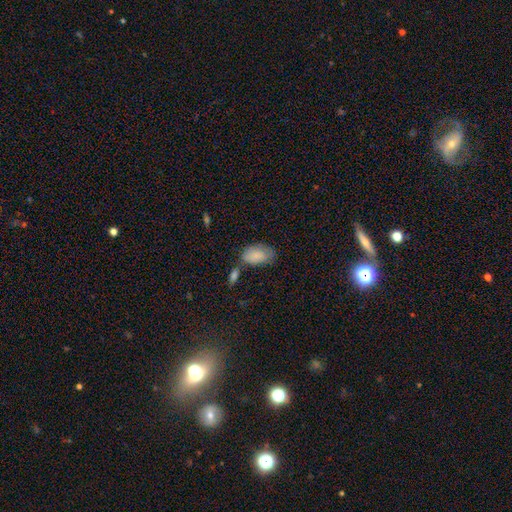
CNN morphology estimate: Smooth or featured?
  - smooth: 84% *
  - featured or disk: 10%
  - star or artifact: 7%
How rounded?
  - in between: 94% *
  - round: 4%
  - cigar-shaped: 2%
Merging?
  - none: 52% *
  - minor disturbance: 27%
  - merger: 13%
  - major disturbance: 9%